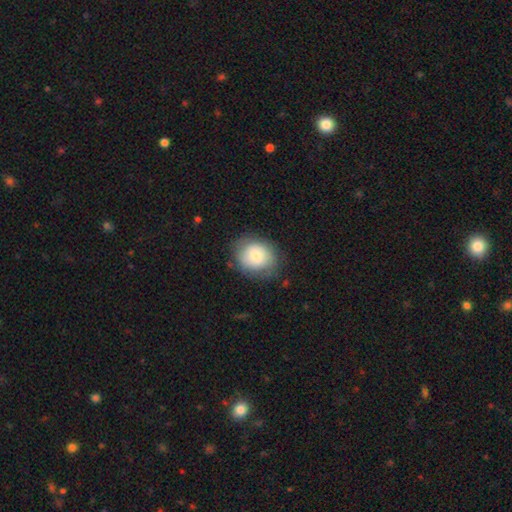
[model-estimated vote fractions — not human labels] The model was most divided on "how rounded": round: 61%, in between: 38%, cigar-shaped: 1%. More confident: merging — none (75%); smooth or featured — smooth (75%).